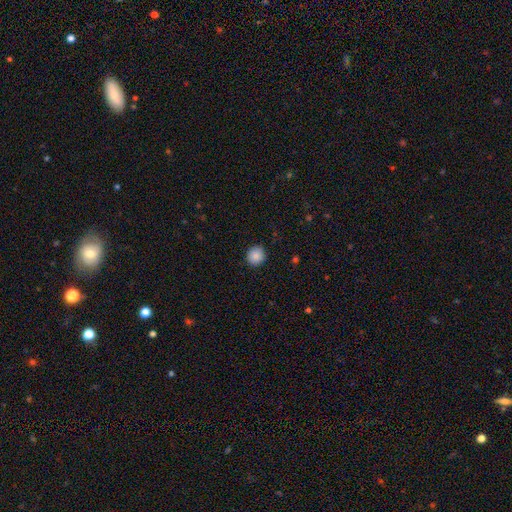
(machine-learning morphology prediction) Q: Smooth or featured?
A: smooth (87%); runner-up: star or artifact (9%)
Q: How rounded?
A: round (91%); runner-up: in between (8%)
Q: Merging?
A: none (90%); runner-up: minor disturbance (7%)